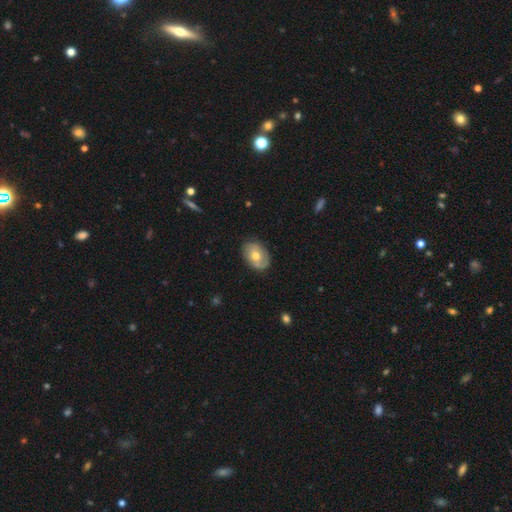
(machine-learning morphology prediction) Smooth or featured? smooth (52%)
How rounded? in between (76%)
Merging? none (79%)